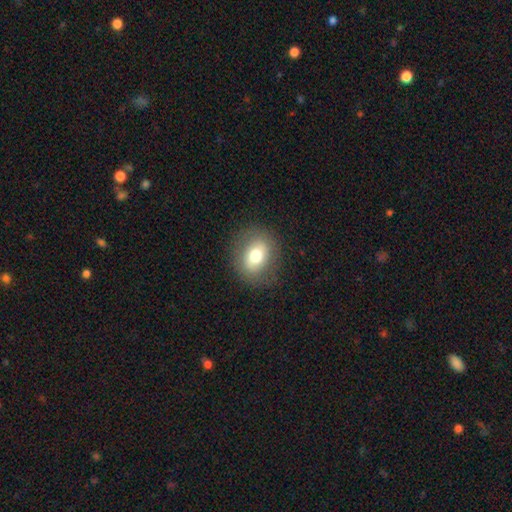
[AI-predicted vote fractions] This is likely a smooth galaxy (66%). How rounded: possibly round (52%). Merging: clearly none (83%).